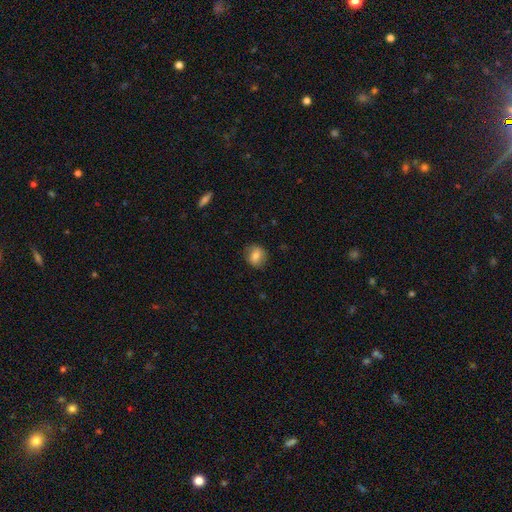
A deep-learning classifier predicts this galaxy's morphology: A smooth galaxy with no disk features (75%) that is round (73%).

Vote fractions:
- Smooth or featured? smooth: 75% / featured or disk: 16% / star or artifact: 9%
- How rounded? round: 73% / in between: 26% / cigar-shaped: 1%
- Merging? none: 84% / minor disturbance: 12% / major disturbance: 3% / merger: 1%